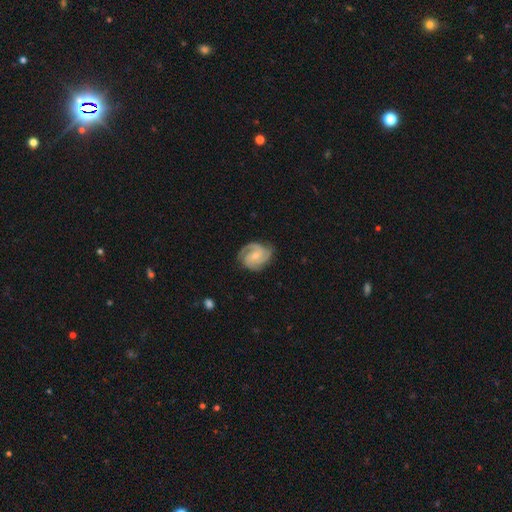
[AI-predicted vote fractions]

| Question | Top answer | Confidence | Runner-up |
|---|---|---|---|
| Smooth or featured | featured or disk | 86% | smooth (9%) |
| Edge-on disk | no | 98% | yes (2%) |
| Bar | no | 60% | weak (33%) |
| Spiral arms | yes | 98% | no (2%) |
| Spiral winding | tight | 50% | medium (42%) |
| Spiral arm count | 3 | 47% | 2 (33%) |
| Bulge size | small | 60% | moderate (36%) |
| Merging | none | 74% | minor disturbance (19%) |